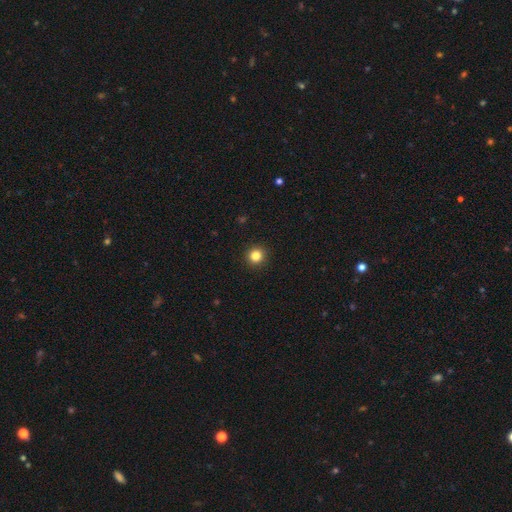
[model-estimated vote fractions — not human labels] A smooth galaxy with no disk features (84%) that is round (94%). Merging: none (93%).